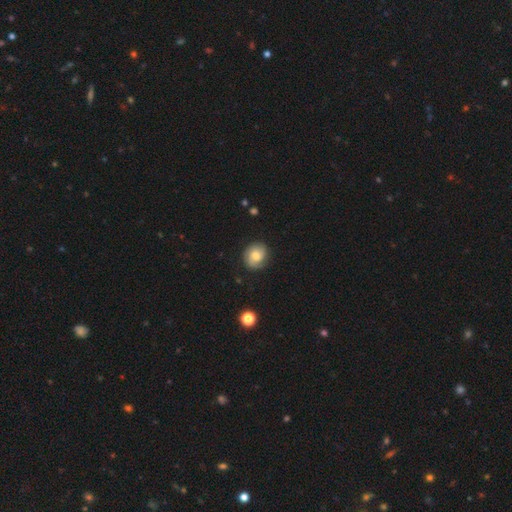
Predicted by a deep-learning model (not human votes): This is possibly a smooth galaxy (49%). Merging: likely none (78%).